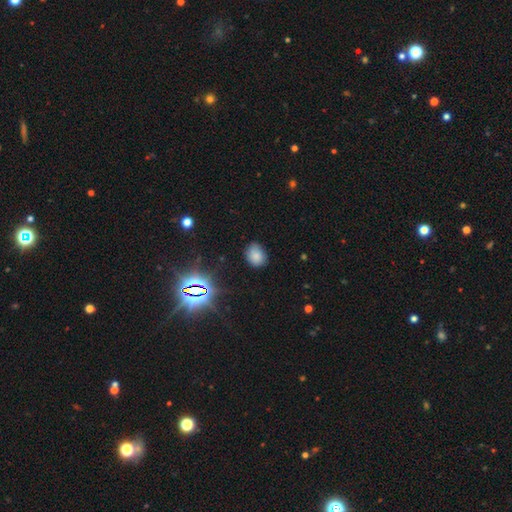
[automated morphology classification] The model was most divided on "how rounded": in between: 63%, round: 36%, cigar-shaped: 1%. More confident: smooth or featured — smooth (77%); merging — none (76%).